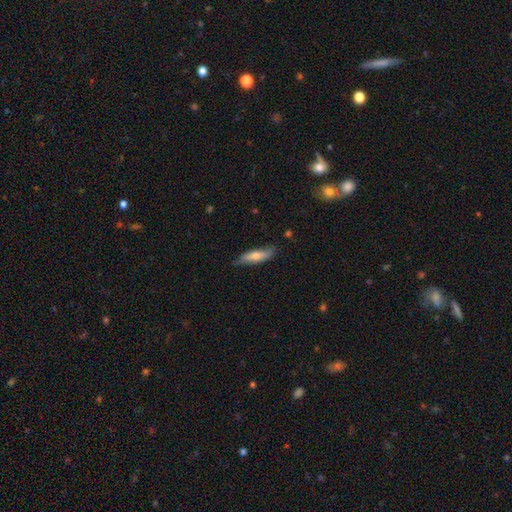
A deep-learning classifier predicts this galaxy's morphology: Smooth or featured? smooth (51%)
How rounded? cigar-shaped (65%)
Merging? none (77%)